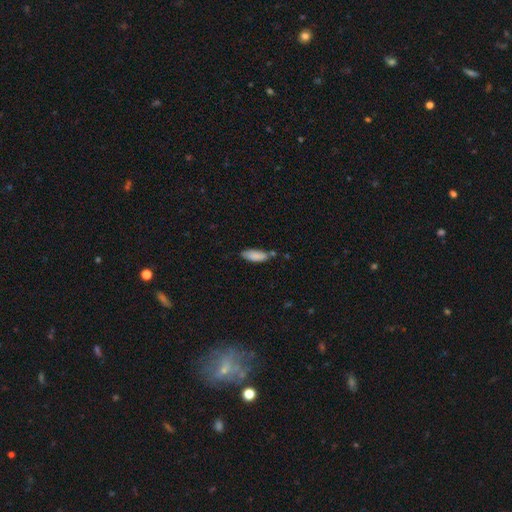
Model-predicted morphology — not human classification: smooth_or_featured: smooth (p=0.85) [alt: featured or disk p=0.08]
how_rounded: in between (p=0.69) [alt: cigar-shaped p=0.29]
merging: none (p=0.62) [alt: minor disturbance p=0.23]